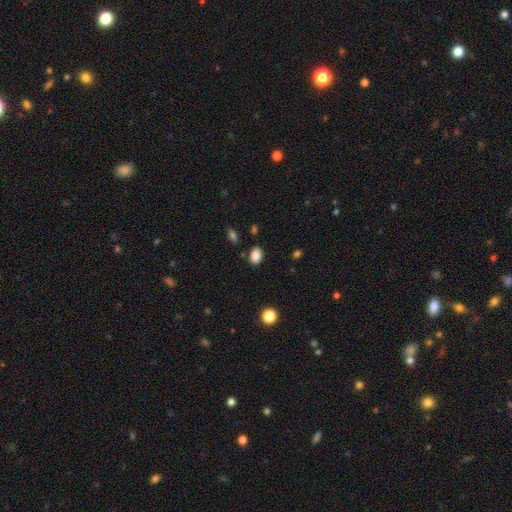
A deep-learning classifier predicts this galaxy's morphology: Q: Smooth or featured?
A: smooth (86%); runner-up: star or artifact (9%)
Q: How rounded?
A: in between (80%); runner-up: round (18%)
Q: Merging?
A: none (82%); runner-up: minor disturbance (12%)